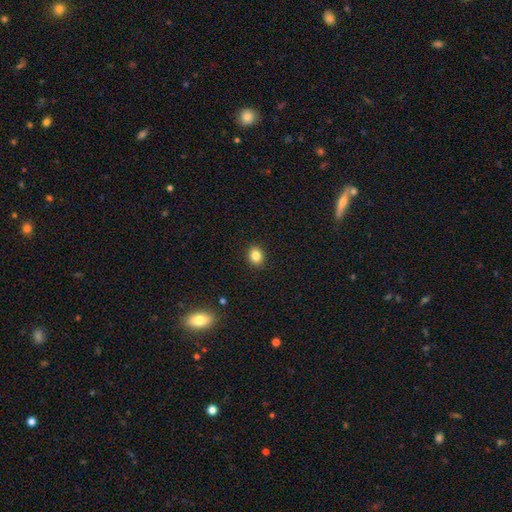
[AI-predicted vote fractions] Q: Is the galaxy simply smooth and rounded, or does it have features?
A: smooth — 84%.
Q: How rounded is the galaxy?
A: round — 65%.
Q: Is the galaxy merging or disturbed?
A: none — 91%.